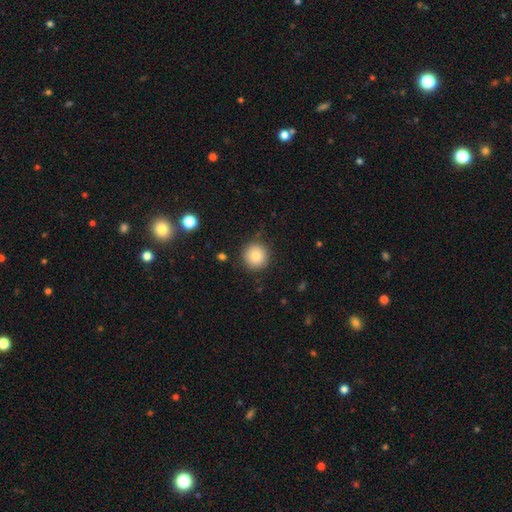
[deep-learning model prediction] smooth_or_featured: smooth (p=0.85) [alt: star or artifact p=0.09]
how_rounded: round (p=0.94) [alt: in between p=0.05]
merging: none (p=0.87) [alt: minor disturbance p=0.09]